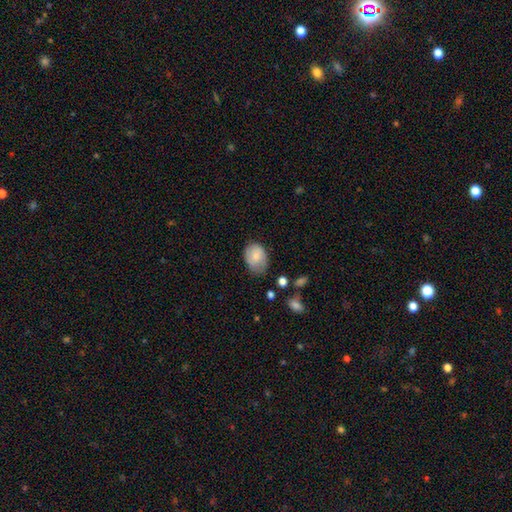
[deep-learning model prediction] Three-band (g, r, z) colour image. It shows a smooth galaxy with no disk features (75%) that is in between round and cigar-shaped (74%). Merging: none (62%).